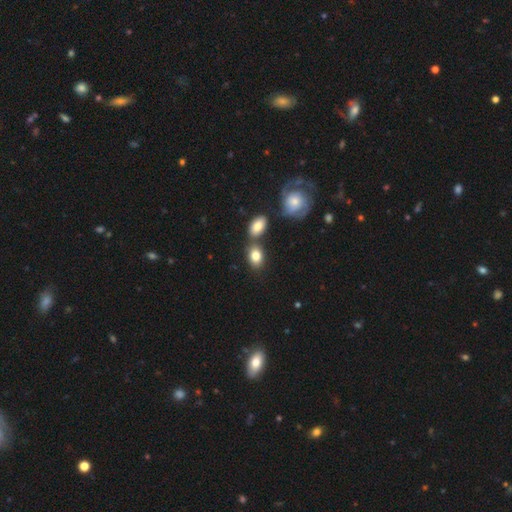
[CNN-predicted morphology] smooth_or_featured: smooth (p=0.82) [alt: featured or disk p=0.10]
how_rounded: in between (p=0.79) [alt: round p=0.20]
merging: none (p=0.59) [alt: merger p=0.24]